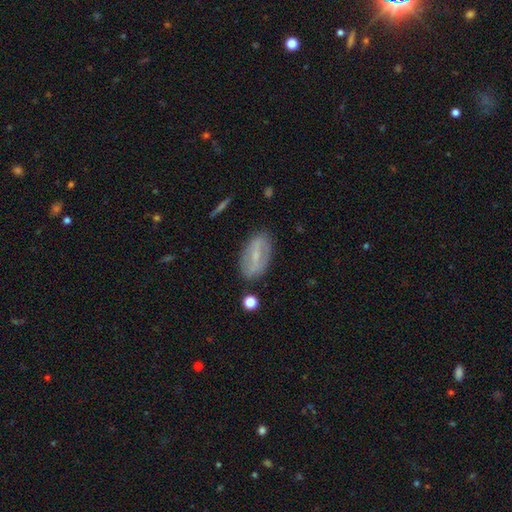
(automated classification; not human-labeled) The model was most divided on "smooth or featured": featured or disk: 55%, smooth: 37%, star or artifact: 8%. More confident: edge-on disk — no (87%); merging — none (81%).